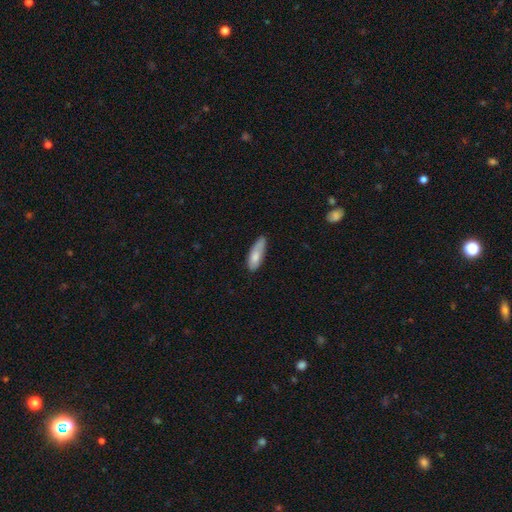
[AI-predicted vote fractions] smooth-or-featured: smooth: 78% | featured or disk: 16% | star or artifact: 6%
  how-rounded: in between: 61% | cigar-shaped: 38% | round: 2%
  merging: none: 59% | minor disturbance: 32% | major disturbance: 6% | merger: 3%